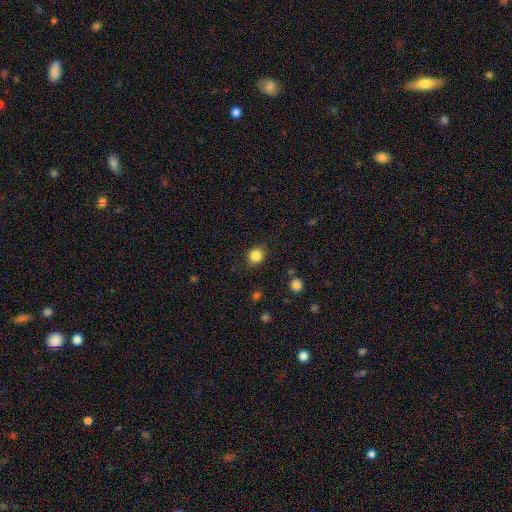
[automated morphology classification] smooth_or_featured: smooth (p=0.85) [alt: star or artifact p=0.11]
how_rounded: round (p=0.75) [alt: in between p=0.24]
merging: none (p=0.87) [alt: minor disturbance p=0.09]